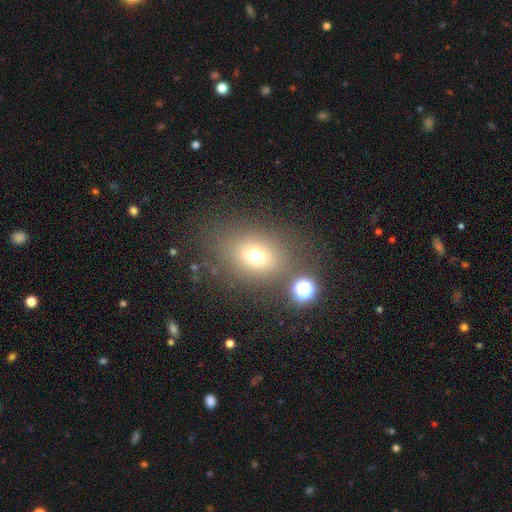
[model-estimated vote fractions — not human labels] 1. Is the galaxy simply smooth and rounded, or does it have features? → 71% smooth, 18% star or artifact, 11% featured or disk.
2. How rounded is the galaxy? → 52% in between, 47% round, 1% cigar-shaped.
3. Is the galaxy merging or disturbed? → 74% none, 11% minor disturbance, 7% merger, 7% major disturbance.